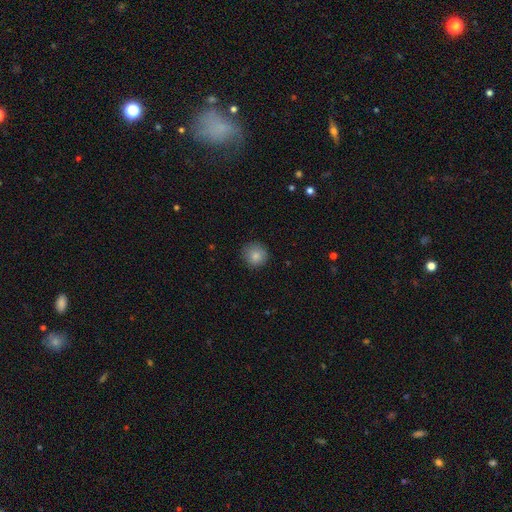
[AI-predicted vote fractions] smooth 85%, star or artifact 9%, featured or disk 6%. Down the decision tree: how rounded — round (93%); merging — none (86%).